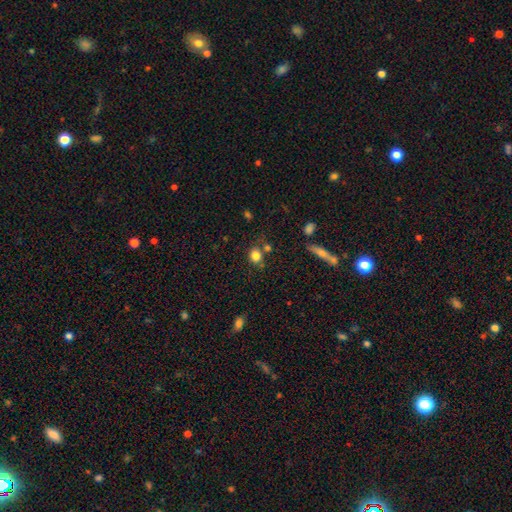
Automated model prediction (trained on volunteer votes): Morphology: type=smooth (81%); roundness=round (73%); merging=none (65%).